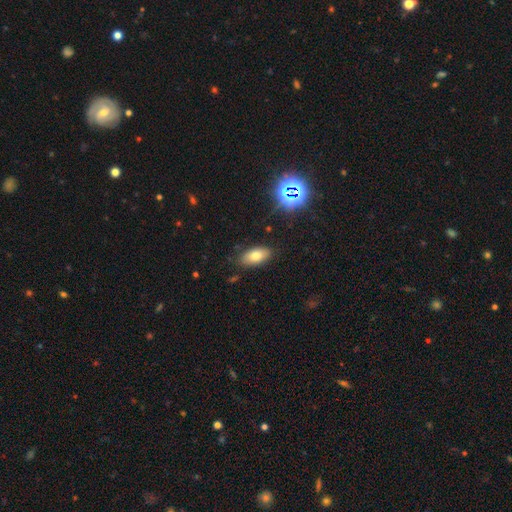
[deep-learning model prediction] Smooth or featured?
  - smooth: 73% *
  - featured or disk: 15%
  - star or artifact: 12%
How rounded?
  - in between: 90% *
  - cigar-shaped: 6%
  - round: 4%
Merging?
  - none: 84% *
  - minor disturbance: 12%
  - major disturbance: 3%
  - merger: 2%